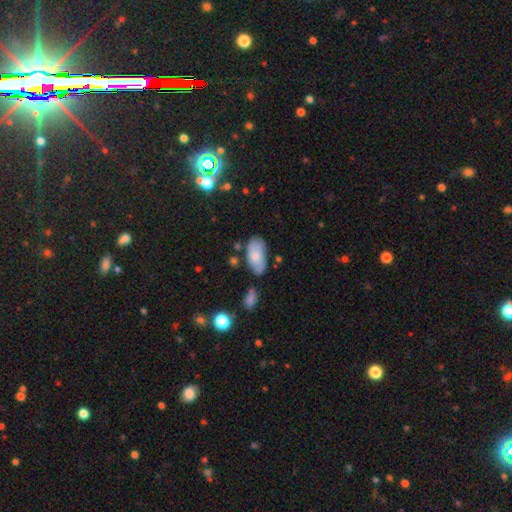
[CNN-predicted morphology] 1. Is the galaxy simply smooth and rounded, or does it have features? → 72% smooth, 21% featured or disk, 7% star or artifact.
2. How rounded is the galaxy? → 94% in between, 4% cigar-shaped, 3% round.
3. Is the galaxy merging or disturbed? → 61% none, 26% minor disturbance, 7% merger, 6% major disturbance.